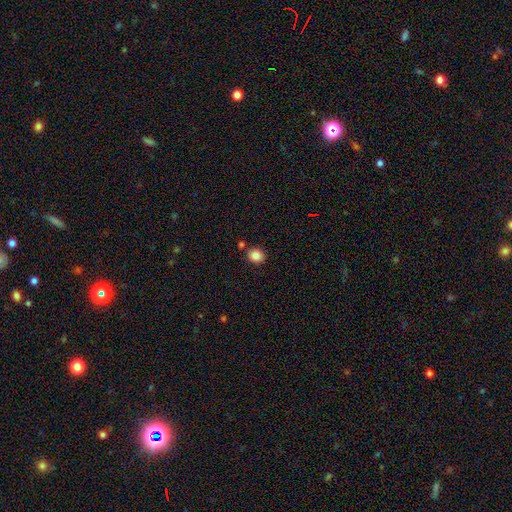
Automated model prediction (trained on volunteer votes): Q: Smooth or featured?
A: smooth (86%); runner-up: star or artifact (10%)
Q: How rounded?
A: round (73%); runner-up: in between (26%)
Q: Merging?
A: none (83%); runner-up: minor disturbance (9%)